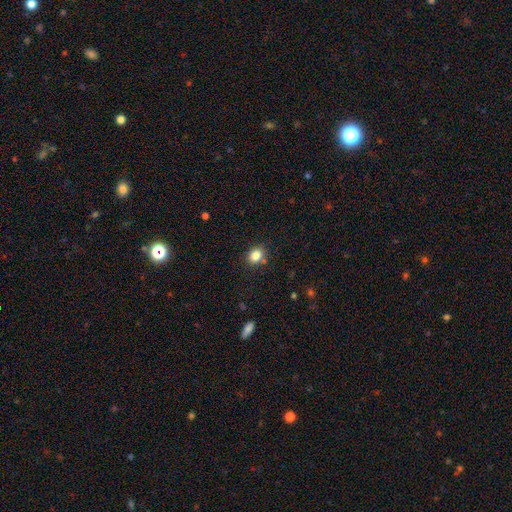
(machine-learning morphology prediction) This appears to be a smooth galaxy with no disk features (83%) that is round (55%). Merging: none (80%).